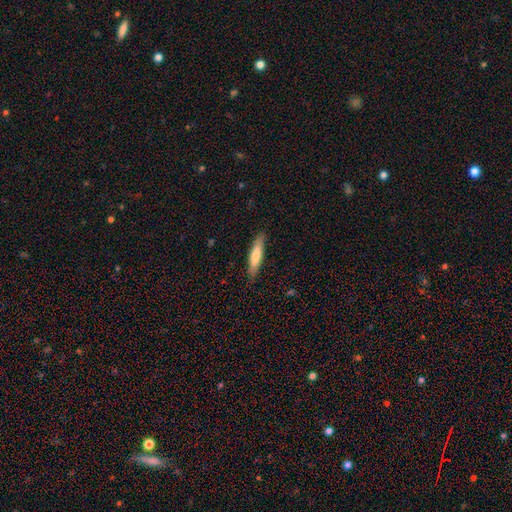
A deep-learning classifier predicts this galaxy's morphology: Overall: smooth (71%). How rounded: cigar-shaped (83%). Merging: none (87%).